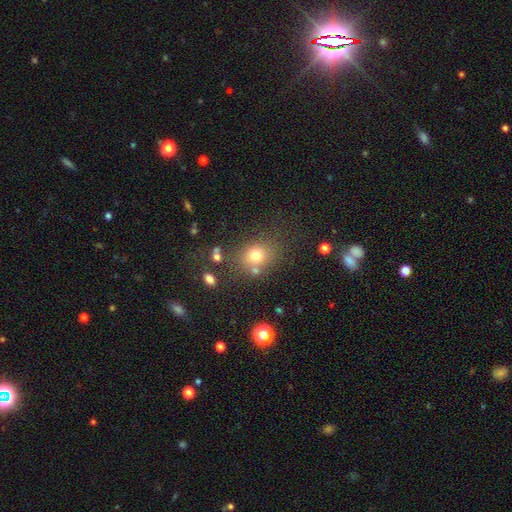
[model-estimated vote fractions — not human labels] Smooth or featured?
  - smooth: 73% *
  - star or artifact: 16%
  - featured or disk: 11%
How rounded?
  - round: 66% *
  - in between: 33%
  - cigar-shaped: 1%
Merging?
  - none: 70% *
  - minor disturbance: 13%
  - merger: 11%
  - major disturbance: 6%